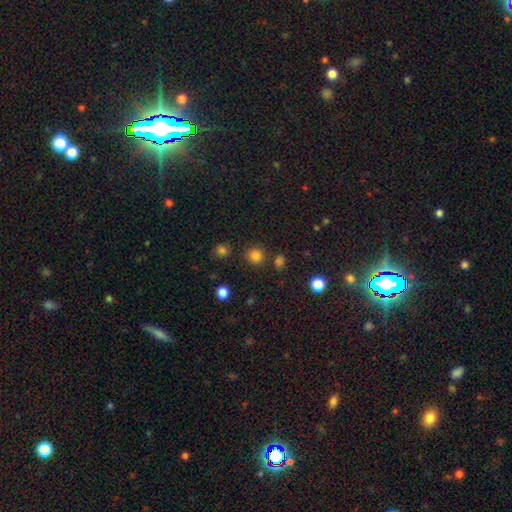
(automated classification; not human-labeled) Smooth or featured? smooth (81%)
How rounded? round (86%)
Merging? none (83%)